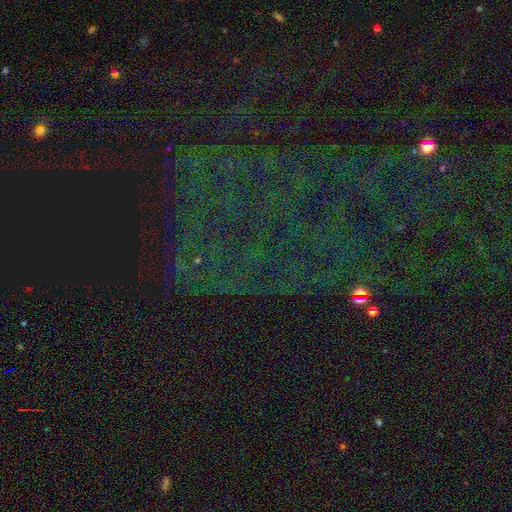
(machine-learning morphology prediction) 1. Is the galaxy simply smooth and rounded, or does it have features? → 81% star or artifact, 10% smooth, 10% featured or disk.